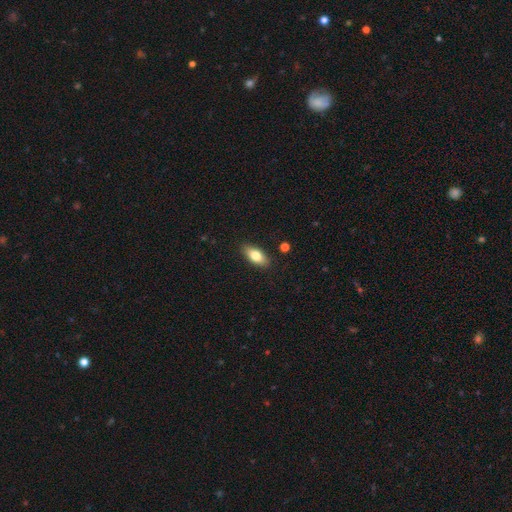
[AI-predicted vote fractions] Overall: smooth (77%). How rounded: in between (84%). Merging: none (87%).